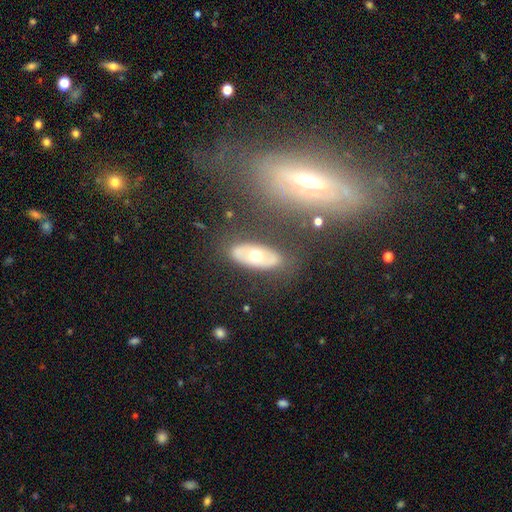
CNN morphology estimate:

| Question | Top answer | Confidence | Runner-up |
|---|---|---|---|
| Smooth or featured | featured or disk | 52% | smooth (41%) |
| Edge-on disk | no | 81% | yes (19%) |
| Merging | none | 80% | minor disturbance (12%) |